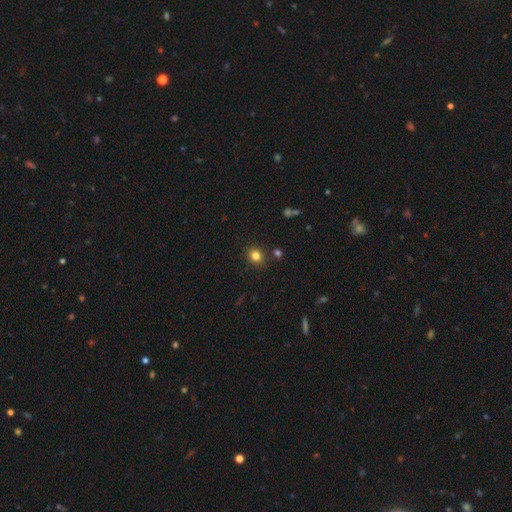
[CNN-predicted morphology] Smooth or featured? Predicted: smooth (p=0.81). How rounded? Predicted: round (p=0.68). Merging? Predicted: none (p=0.87).